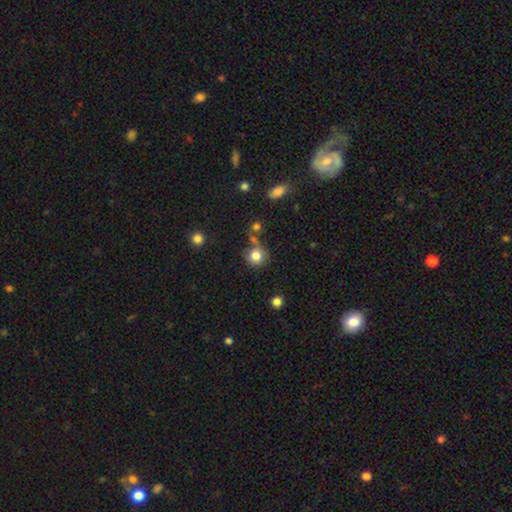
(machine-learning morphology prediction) Smooth or featured? Predicted: smooth (p=0.82). How rounded? Predicted: round (p=0.87). Merging? Predicted: none (p=0.66).